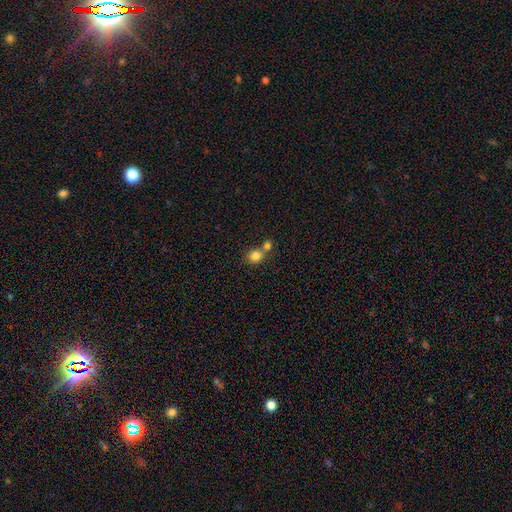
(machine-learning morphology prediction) type=smooth (82%); roundness=round (85%); merging=none (48%).